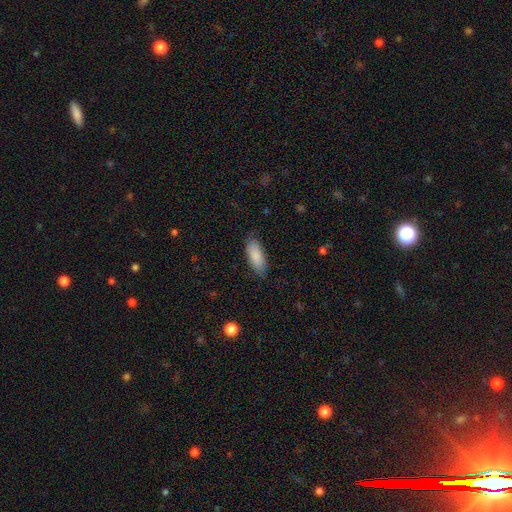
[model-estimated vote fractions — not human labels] This appears to be a smooth galaxy with no disk features (87%) that is in between round and cigar-shaped (79%). Merging: none (82%).